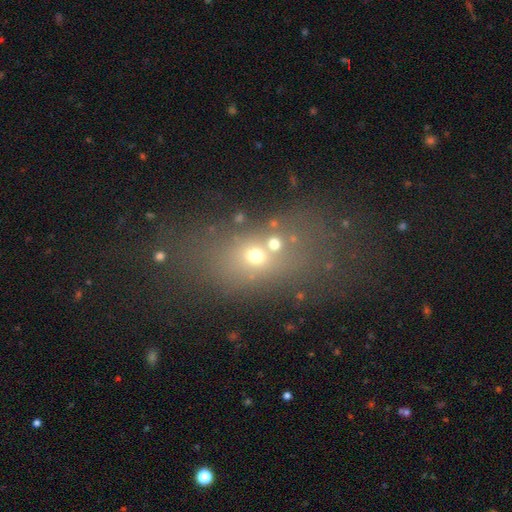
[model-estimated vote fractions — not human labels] A smooth galaxy with no disk features (51%) that is in between round and cigar-shaped (64%).

Vote fractions:
- Smooth or featured? smooth: 51% / star or artifact: 26% / featured or disk: 23%
- How rounded? in between: 64% / round: 30% / cigar-shaped: 7%
- Merging? none: 52% / merger: 22% / minor disturbance: 14% / major disturbance: 11%